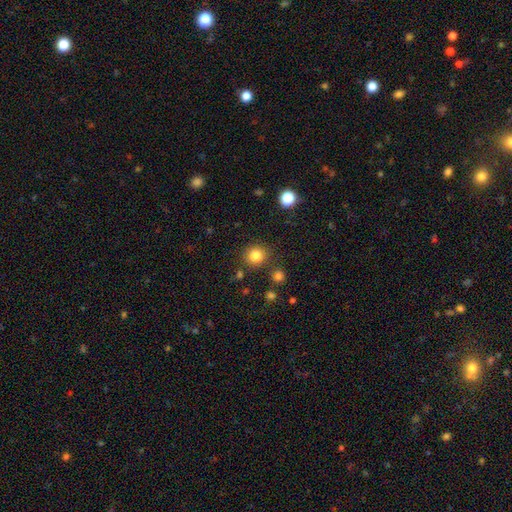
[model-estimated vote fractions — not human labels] This is clearly a smooth galaxy (82%). How rounded: clearly round (90%). Merging: clearly none (85%).